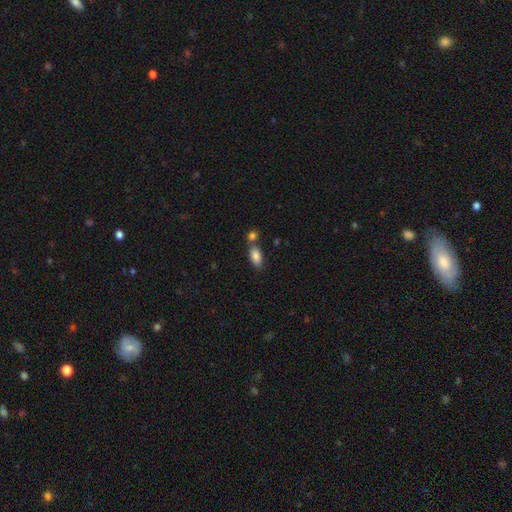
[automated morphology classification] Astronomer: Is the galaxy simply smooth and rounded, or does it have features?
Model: smooth — 85%.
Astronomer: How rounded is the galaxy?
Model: in between — 88%.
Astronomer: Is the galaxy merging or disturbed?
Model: none — 59%.